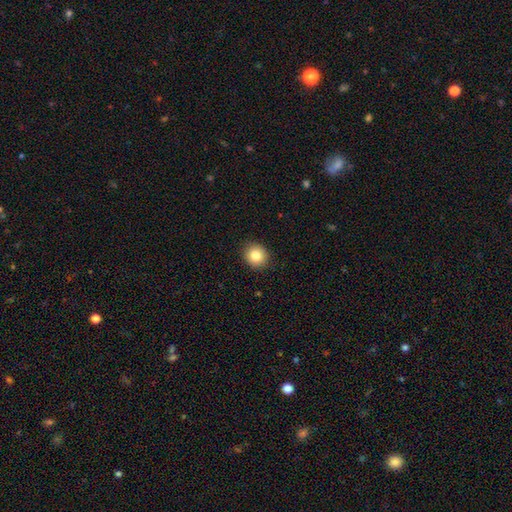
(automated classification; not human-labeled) Smooth or featured? smooth (84%)
How rounded? round (83%)
Merging? none (91%)